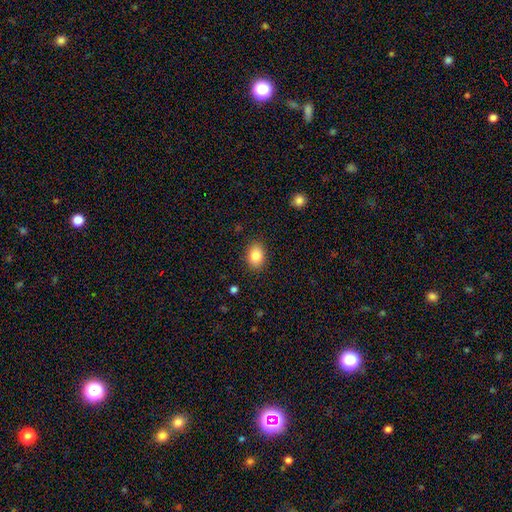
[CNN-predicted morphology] A smooth galaxy with no disk features (85%) that is in between round and cigar-shaped (73%). Merging: none (88%).